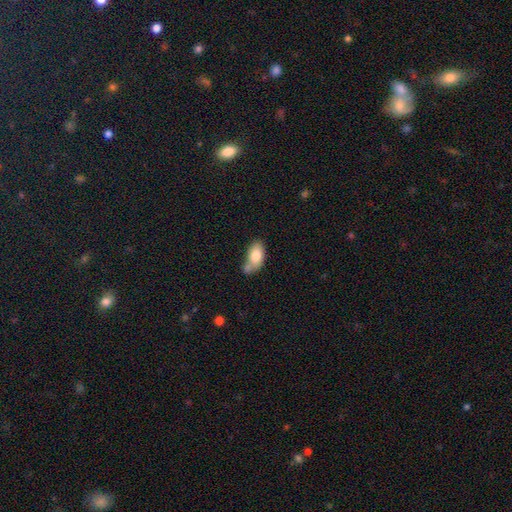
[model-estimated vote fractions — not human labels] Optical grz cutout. It shows a smooth galaxy with no disk features (78%) that is in between round and cigar-shaped (91%). Merging: none (36%).